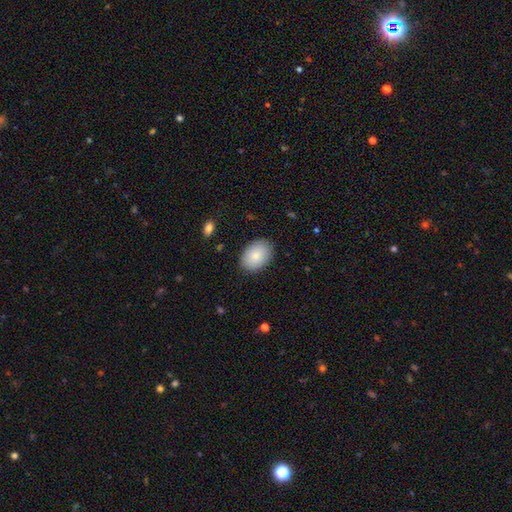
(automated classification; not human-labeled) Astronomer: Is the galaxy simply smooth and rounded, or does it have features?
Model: smooth — 85%.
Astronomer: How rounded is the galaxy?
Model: in between — 85%.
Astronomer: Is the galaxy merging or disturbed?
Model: none — 87%.